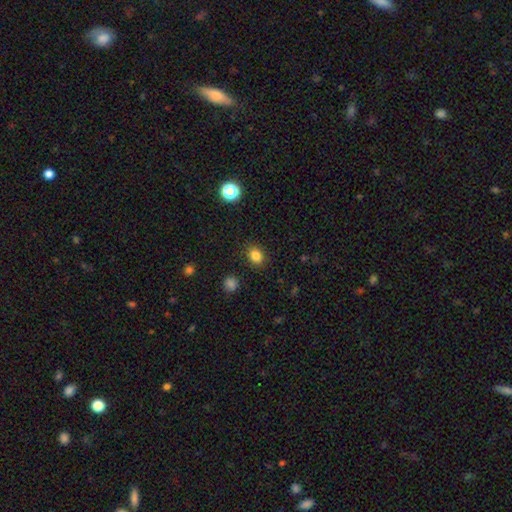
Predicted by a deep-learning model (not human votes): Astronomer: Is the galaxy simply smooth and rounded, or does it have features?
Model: smooth — 83%.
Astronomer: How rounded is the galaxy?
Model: in between — 51% (runner-up: round, 48%).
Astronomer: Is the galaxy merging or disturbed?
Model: none — 87%.